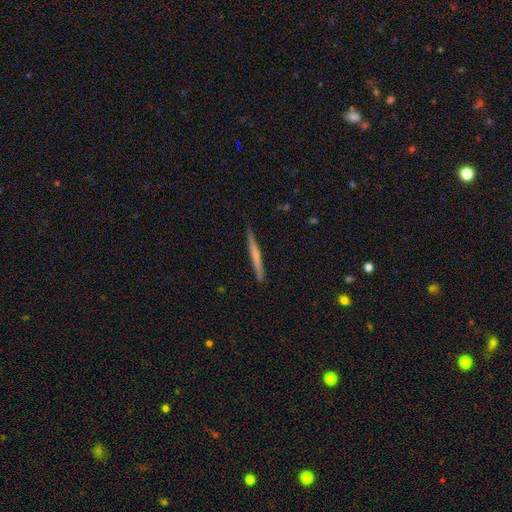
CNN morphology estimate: type=smooth (48%); merging=none (89%).